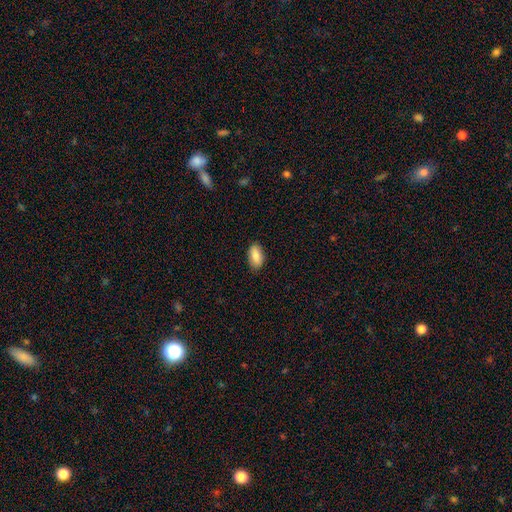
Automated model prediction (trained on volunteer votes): A smooth galaxy with no disk features (85%) that is in between round and cigar-shaped (93%). Merging: none (86%).